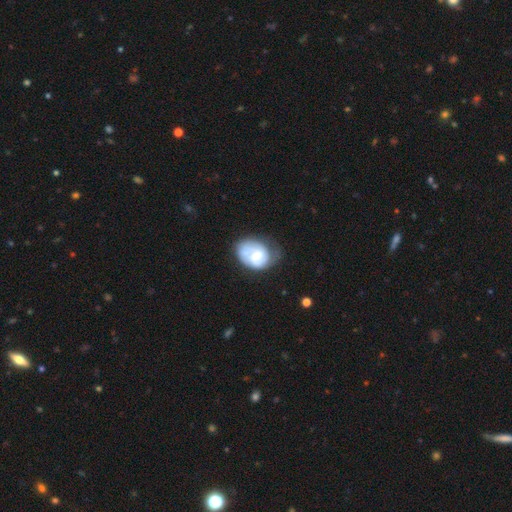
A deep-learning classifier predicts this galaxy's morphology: Smooth or featured?
  - featured or disk: 53% *
  - smooth: 40%
  - star or artifact: 6%
Edge-on disk?
  - no: 97% *
  - yes: 3%
Bar?
  - no: 64% *
  - weak: 30%
  - strong: 5%
Spiral arms?
  - yes: 62% *
  - no: 38%
Bulge size?
  - moderate: 49% *
  - small: 40%
  - large: 5%
  - none: 5%
  - dominant: 1%
Merging?
  - none: 36% *
  - minor disturbance: 34%
  - major disturbance: 21%
  - merger: 9%